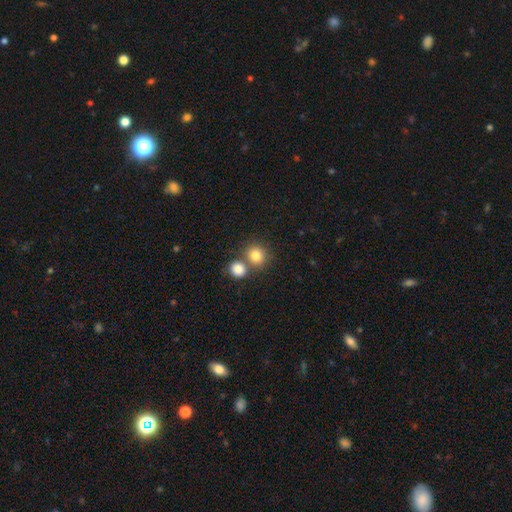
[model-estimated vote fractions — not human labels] Q: Smooth or featured?
A: smooth (81%); runner-up: star or artifact (11%)
Q: How rounded?
A: round (84%); runner-up: in between (15%)
Q: Merging?
A: none (55%); runner-up: merger (34%)